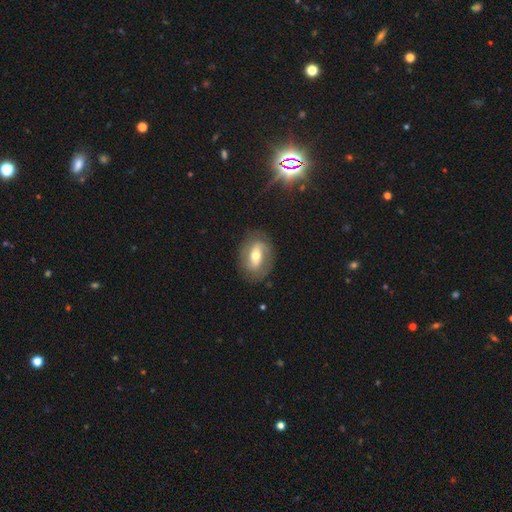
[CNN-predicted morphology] This is likely a featured or disk galaxy (66%). It is clearly not viewed edge-on (92%). Bar: marginally strong (41%). Spiral arm pattern: likely yes (70%). Central bulge: likely moderate (69%). Merging: likely none (79%).